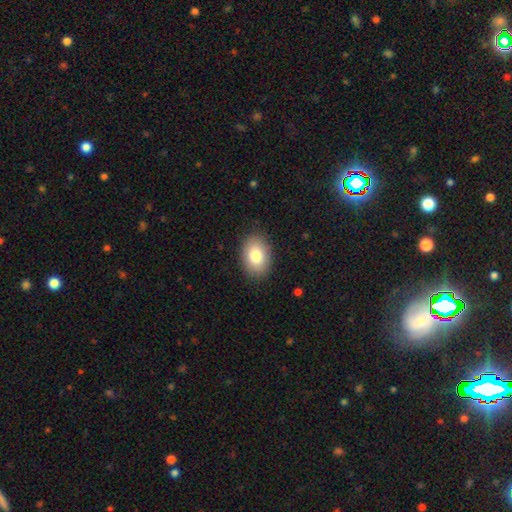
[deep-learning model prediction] Smooth or featured? Predicted: smooth (p=0.82). How rounded? Predicted: in between (p=0.84). Merging? Predicted: none (p=0.88).